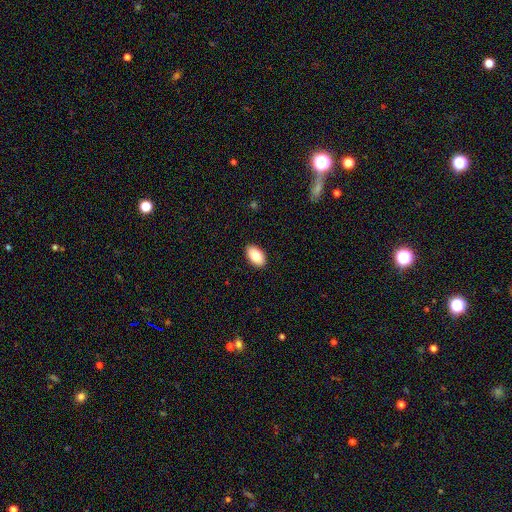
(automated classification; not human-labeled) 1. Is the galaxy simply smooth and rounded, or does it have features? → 84% smooth, 9% featured or disk, 7% star or artifact.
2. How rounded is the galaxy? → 94% in between, 4% round, 2% cigar-shaped.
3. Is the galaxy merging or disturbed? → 90% none, 7% minor disturbance, 2% major disturbance, 1% merger.